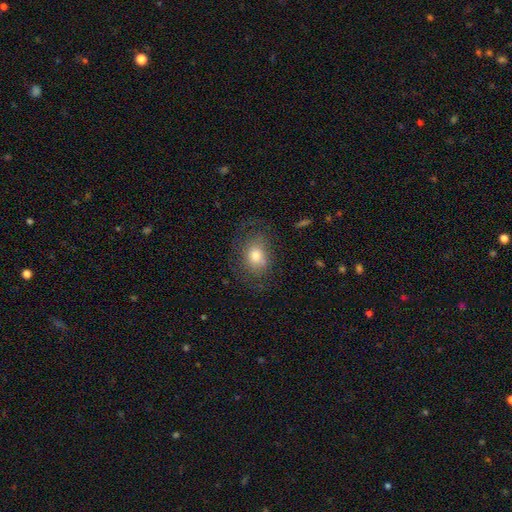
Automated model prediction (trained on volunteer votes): Smooth or featured?
  - smooth: 69% *
  - featured or disk: 21%
  - star or artifact: 10%
How rounded?
  - in between: 59% *
  - round: 40%
  - cigar-shaped: 1%
Merging?
  - none: 59% *
  - minor disturbance: 22%
  - major disturbance: 16%
  - merger: 3%